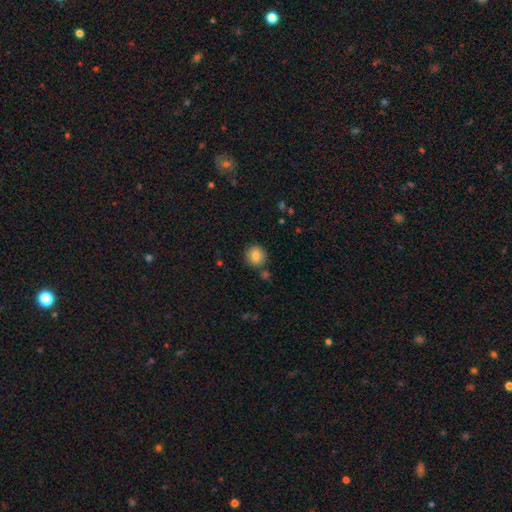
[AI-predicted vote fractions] Smooth or featured? smooth (83%)
How rounded? round (89%)
Merging? none (84%)